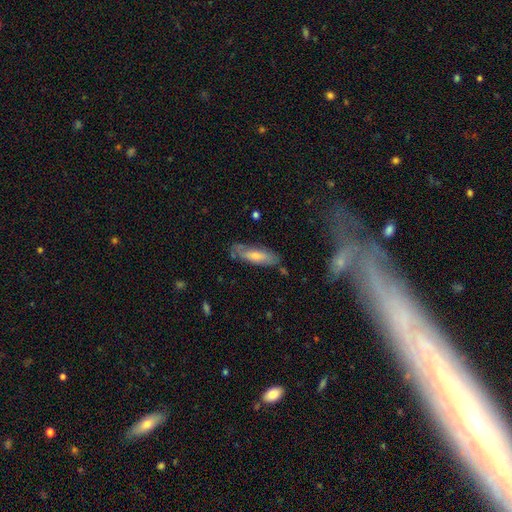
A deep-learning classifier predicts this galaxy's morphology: The model was most divided on "how rounded": cigar-shaped: 52%, in between: 46%, round: 2%. More confident: merging — none (69%); smooth or featured — smooth (62%).